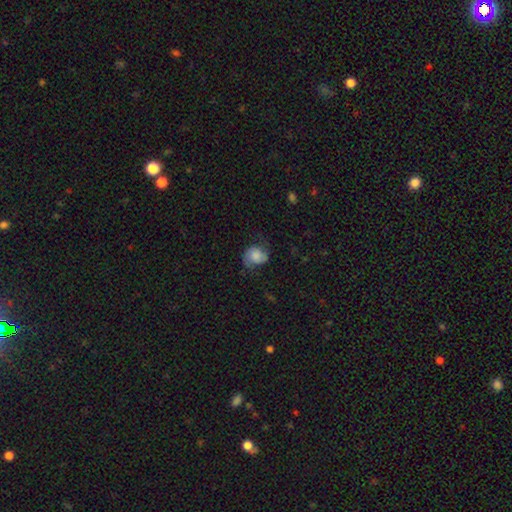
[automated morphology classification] Smooth or featured? Predicted: smooth (p=0.51). How rounded? Predicted: round (p=0.61). Merging? Predicted: none (p=0.57).